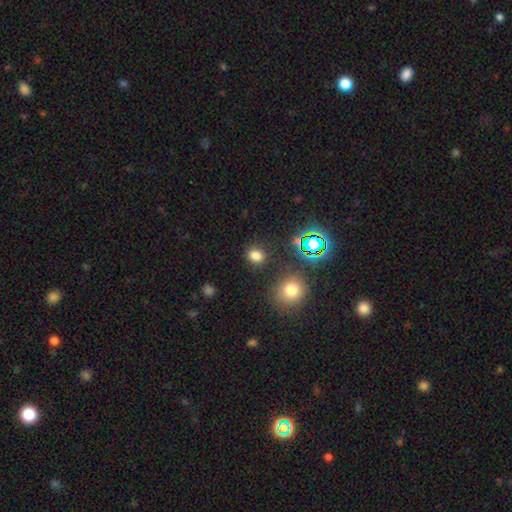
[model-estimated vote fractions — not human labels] Smooth or featured? smooth (74%)
How rounded? round (63%)
Merging? none (85%)